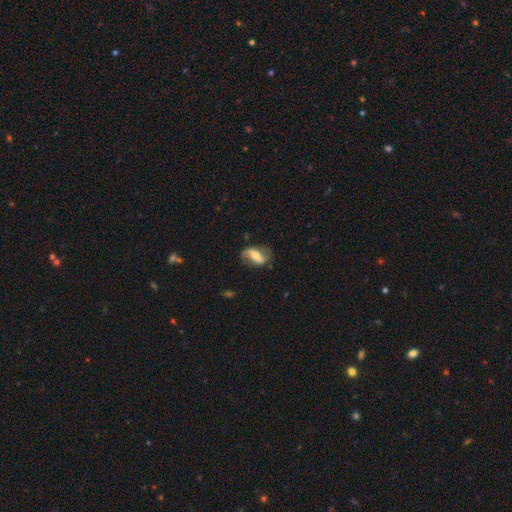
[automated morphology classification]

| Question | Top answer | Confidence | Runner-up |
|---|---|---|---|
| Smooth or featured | featured or disk | 68% | smooth (25%) |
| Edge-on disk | no | 91% | yes (9%) |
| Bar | strong | 47% | weak (30%) |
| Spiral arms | yes | 84% | no (16%) |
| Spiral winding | loose | 63% | medium (25%) |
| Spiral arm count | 2 | 85% | 1 (7%) |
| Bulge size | moderate | 51% | small (35%) |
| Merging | none | 67% | minor disturbance (21%) |